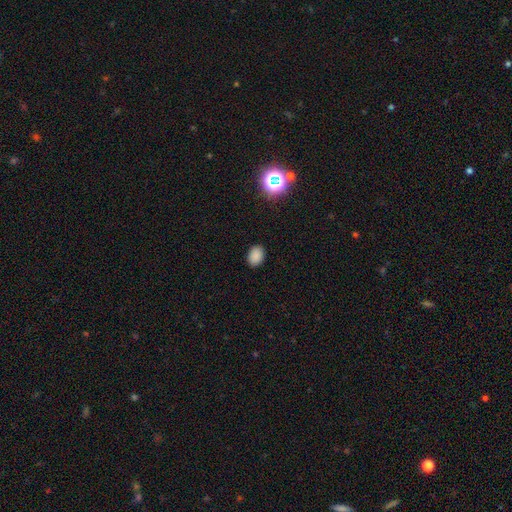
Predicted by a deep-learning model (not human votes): Smooth or featured? smooth (84%)
How rounded? in between (76%)
Merging? none (88%)